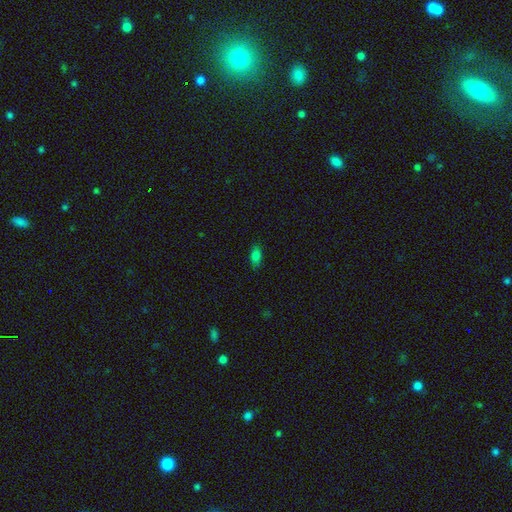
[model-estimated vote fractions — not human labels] Smooth or featured? smooth (78%)
How rounded? in between (86%)
Merging? none (84%)